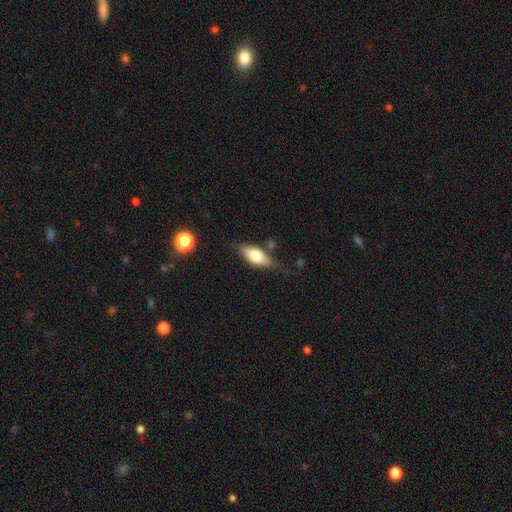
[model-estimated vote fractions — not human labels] A smooth galaxy with no disk features (49%). Merging: none (66%).